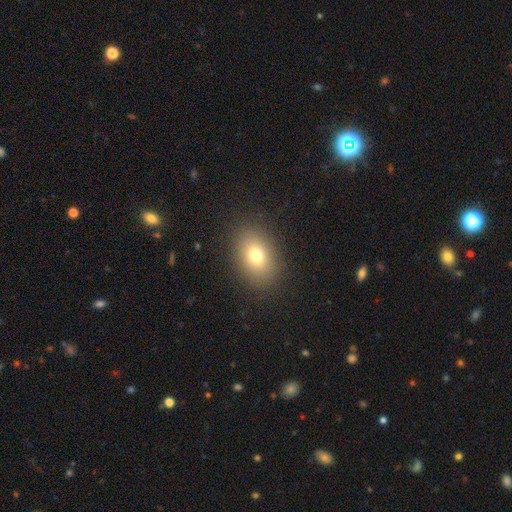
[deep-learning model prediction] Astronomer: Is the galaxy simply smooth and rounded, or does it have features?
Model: smooth — 76%.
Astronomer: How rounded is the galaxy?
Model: in between — 73%.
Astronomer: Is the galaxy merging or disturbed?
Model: none — 87%.